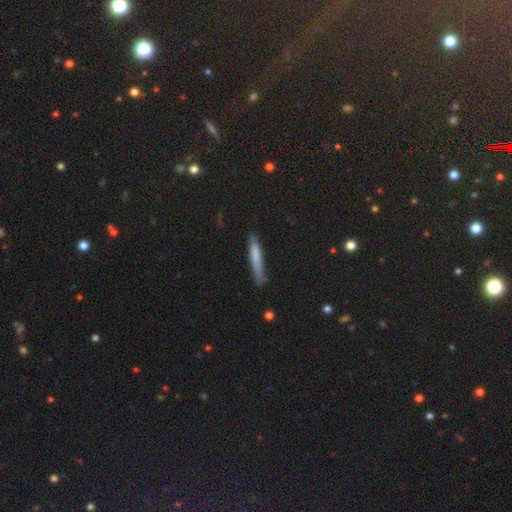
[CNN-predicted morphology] Smooth or featured? smooth (73%)
How rounded? cigar-shaped (94%)
Merging? none (74%)